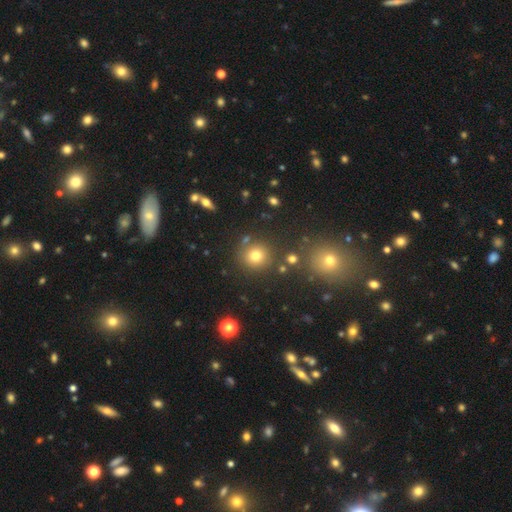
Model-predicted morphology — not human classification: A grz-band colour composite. It shows a smooth galaxy with no disk features (76%) that is round (92%). Merging: none (83%).